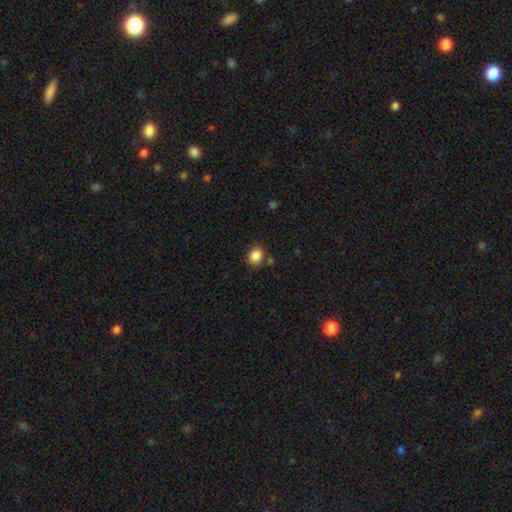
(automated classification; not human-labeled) A smooth galaxy with no disk features (86%) that is round (66%). Merging: none (81%).